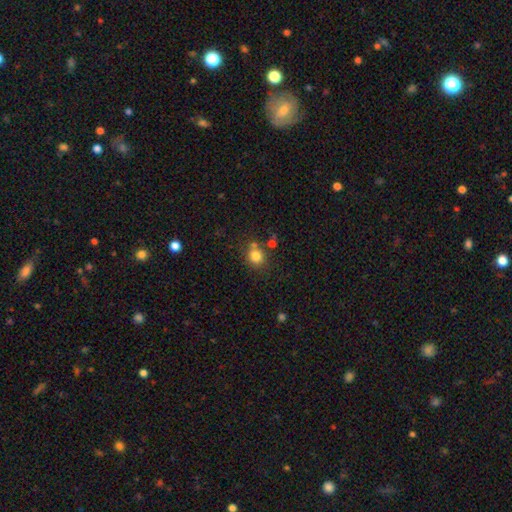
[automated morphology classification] A smooth galaxy with no disk features (80%) that is round (81%). Merging: none (68%).